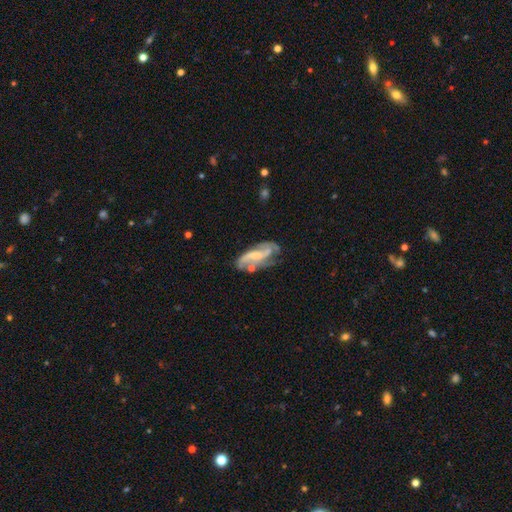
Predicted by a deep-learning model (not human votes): Smooth or featured? featured or disk (76%)
Edge-on disk? no (93%)
Bar? weak (41%)
Spiral arms? yes (89%)
Spiral winding? loose (43%)
Spiral arm count? 2 (67%)
Bulge size? small (39%)
Merging? none (49%)